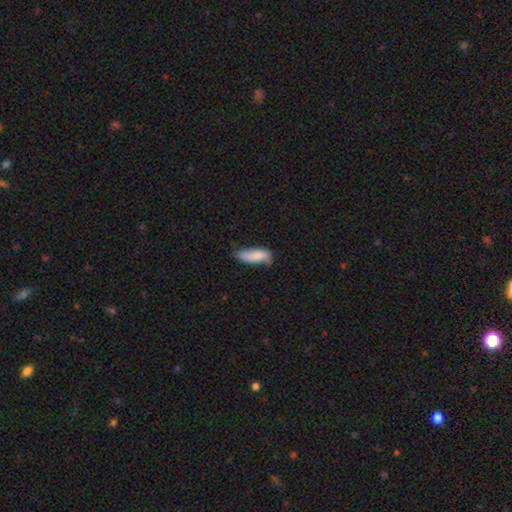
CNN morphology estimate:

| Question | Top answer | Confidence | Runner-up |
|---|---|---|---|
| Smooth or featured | smooth | 79% | featured or disk (14%) |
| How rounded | in between | 65% | cigar-shaped (34%) |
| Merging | none | 51% | minor disturbance (36%) |